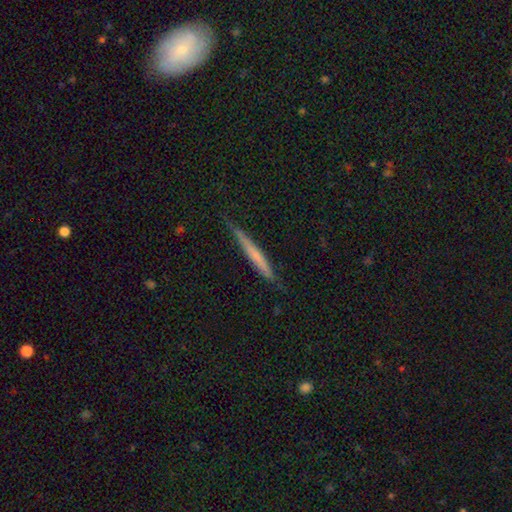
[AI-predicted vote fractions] smooth_or_featured: smooth (p=0.54) [alt: featured or disk p=0.41]
how_rounded: cigar-shaped (p=0.96) [alt: in between p=0.02]
merging: none (p=0.80) [alt: minor disturbance p=0.16]